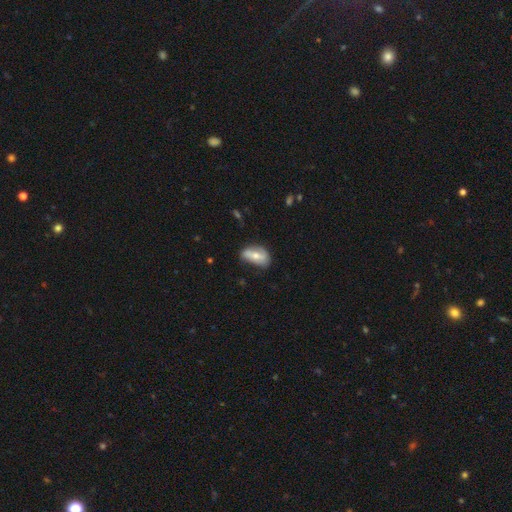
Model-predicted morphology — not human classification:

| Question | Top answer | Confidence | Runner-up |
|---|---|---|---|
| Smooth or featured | smooth | 54% | featured or disk (39%) |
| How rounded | in between | 88% | round (6%) |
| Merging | none | 51% | minor disturbance (35%) |